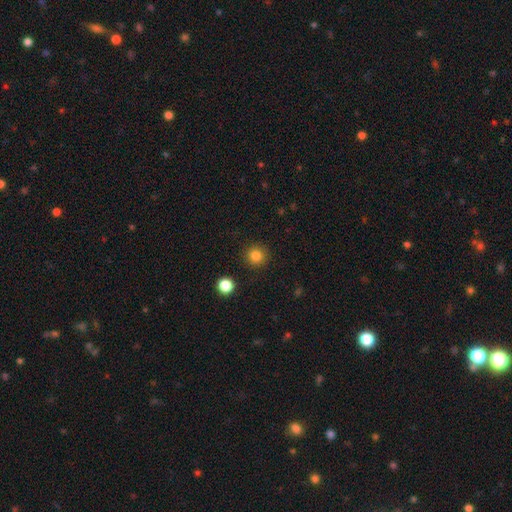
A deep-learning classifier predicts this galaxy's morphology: smooth 84%, star or artifact 12%, featured or disk 4%. Down the decision tree: how rounded — round (94%); merging — none (90%).